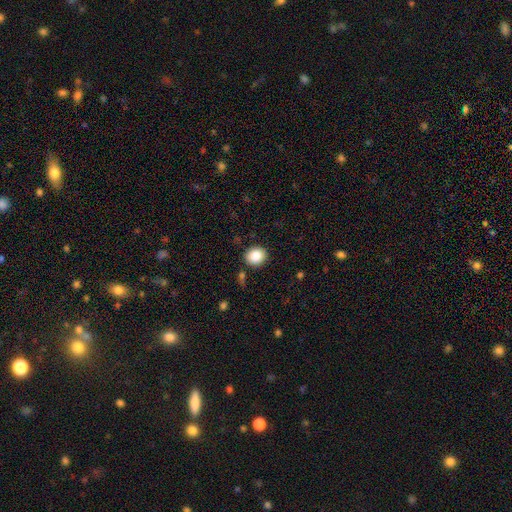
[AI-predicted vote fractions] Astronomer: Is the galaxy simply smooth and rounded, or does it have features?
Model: smooth — 87%.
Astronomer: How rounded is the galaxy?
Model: round — 75%.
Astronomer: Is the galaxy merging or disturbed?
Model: none — 88%.